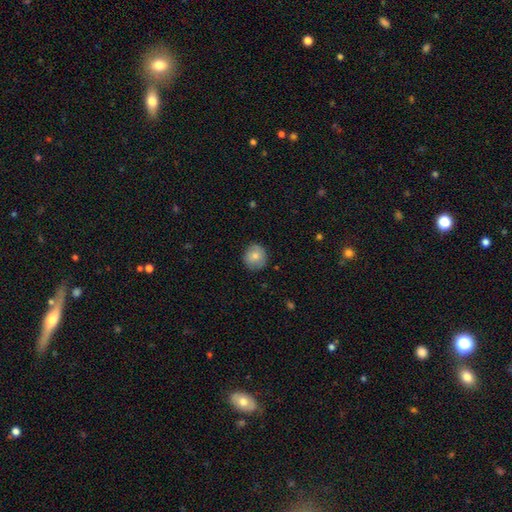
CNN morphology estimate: A smooth galaxy with no disk features (74%) that is round (89%). Merging: none (85%).